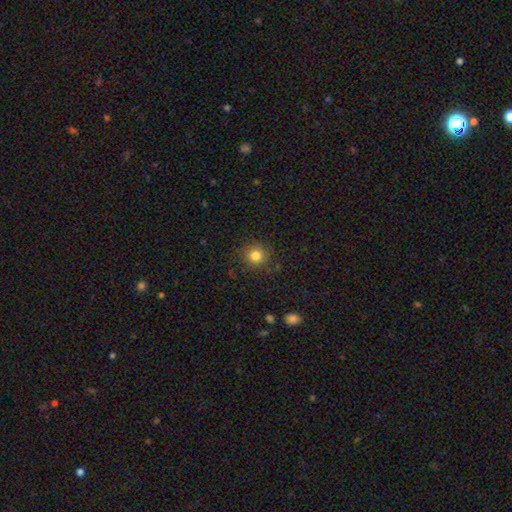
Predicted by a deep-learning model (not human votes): A smooth galaxy with no disk features (82%) that is round (92%). Merging: none (86%).